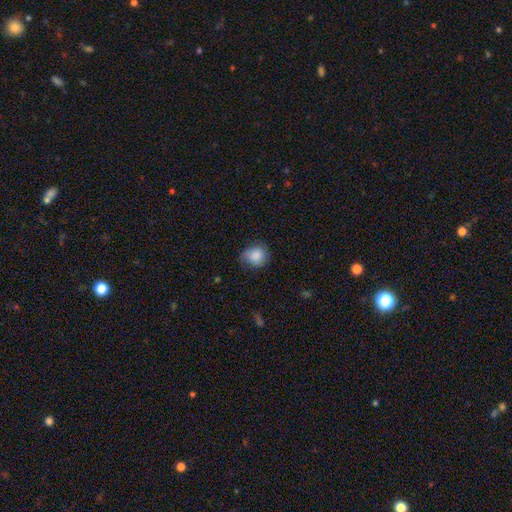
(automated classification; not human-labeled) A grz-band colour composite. It shows a smooth galaxy with no disk features (87%) that is round (73%). Merging: none (71%).